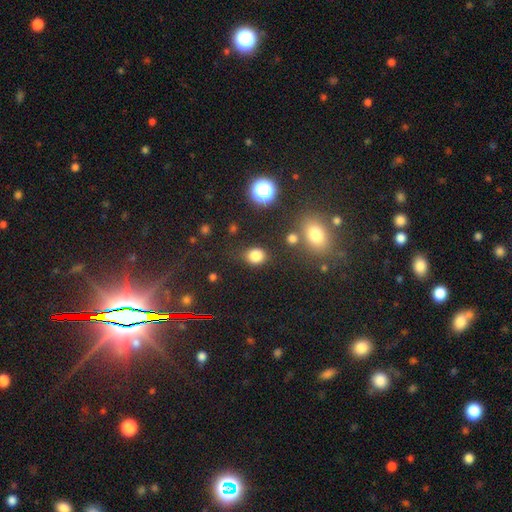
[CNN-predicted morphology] This appears to be a smooth galaxy with no disk features (81%) that is round (57%). Merging: none (75%).